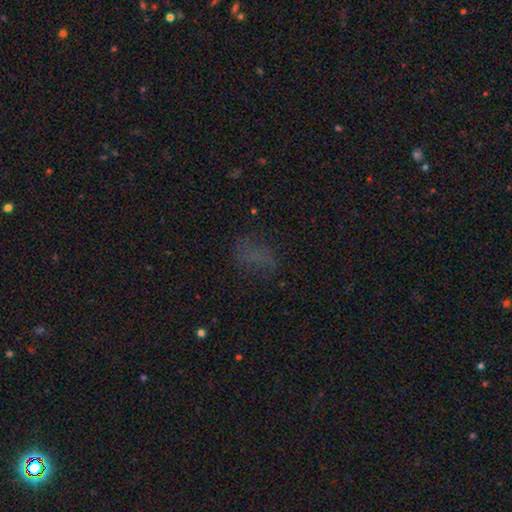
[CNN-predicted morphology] Overall: smooth (54%; star or artifact 30%). How rounded: in between (76%). Merging: none (65%).